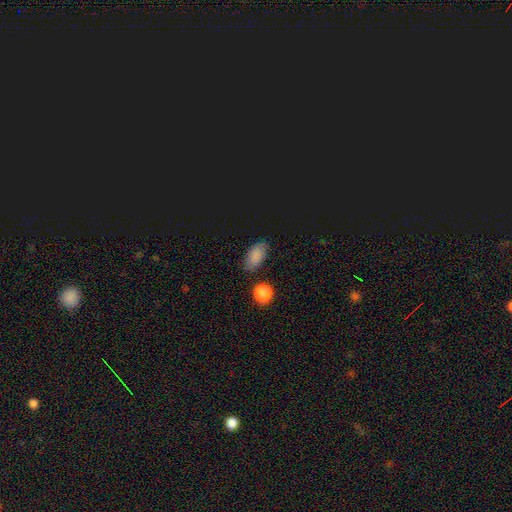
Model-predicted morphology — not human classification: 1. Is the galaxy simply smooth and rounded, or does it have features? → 71% smooth, 18% star or artifact, 11% featured or disk.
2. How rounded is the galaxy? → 90% in between, 7% round, 3% cigar-shaped.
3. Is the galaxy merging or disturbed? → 76% none, 17% minor disturbance, 4% major disturbance, 3% merger.